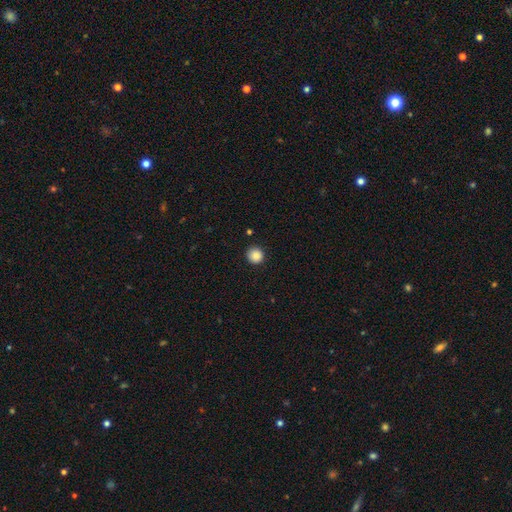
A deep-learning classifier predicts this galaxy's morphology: This appears to be a smooth galaxy with no disk features (87%) that is round (93%). Merging: none (91%).